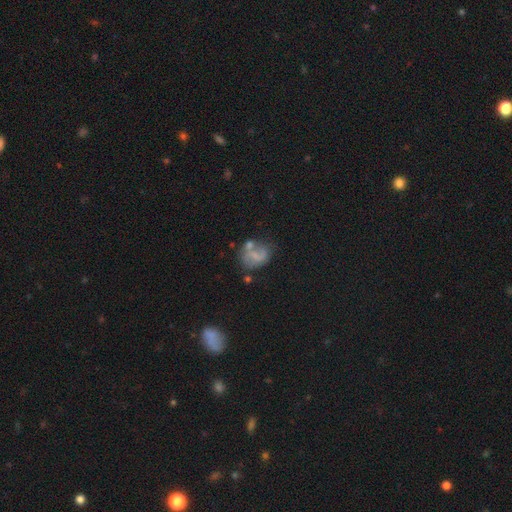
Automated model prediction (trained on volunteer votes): A featured or disk galaxy (49%).

Vote fractions:
- Smooth or featured? featured or disk: 49% / smooth: 39% / star or artifact: 12%
- Merging? none: 42% / minor disturbance: 24% / merger: 18% / major disturbance: 16%